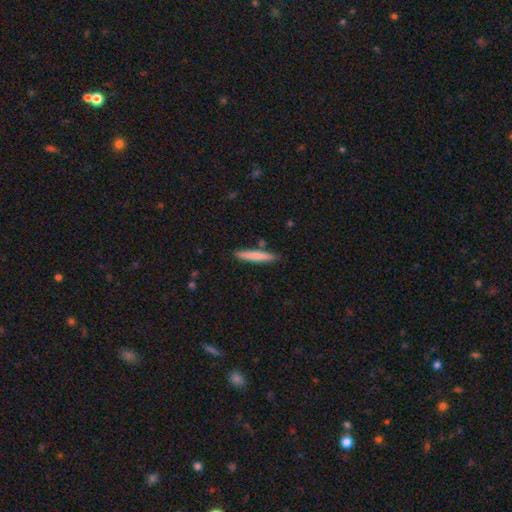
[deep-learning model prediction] Smooth or featured? smooth (76%)
How rounded? cigar-shaped (93%)
Merging? none (86%)